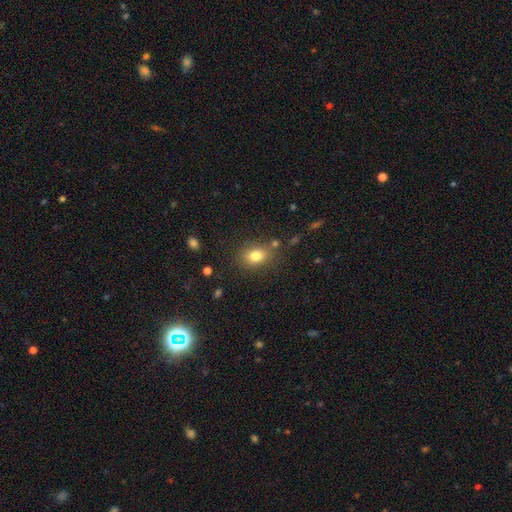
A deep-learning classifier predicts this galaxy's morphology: Smooth or featured? Predicted: smooth (p=0.81). How rounded? Predicted: in between (p=0.72). Merging? Predicted: none (p=0.78).